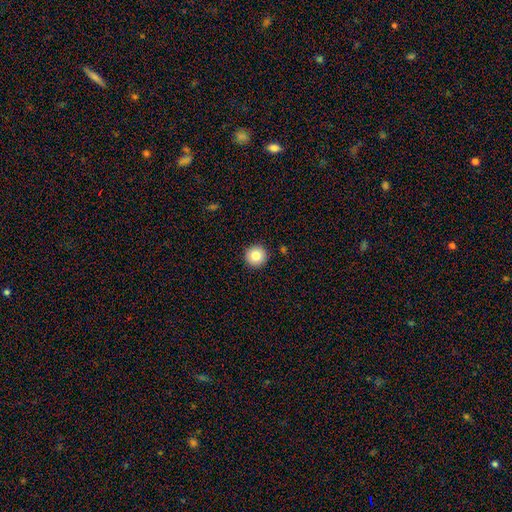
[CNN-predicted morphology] Overall: smooth (82%). How rounded: round (96%). Merging: none (93%).